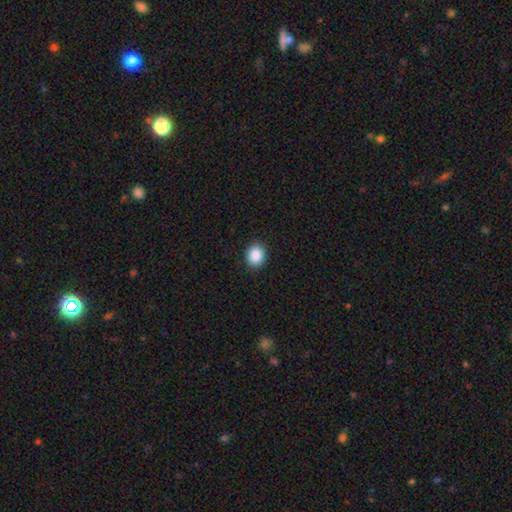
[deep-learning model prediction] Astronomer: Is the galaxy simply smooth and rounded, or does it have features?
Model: smooth — 89%.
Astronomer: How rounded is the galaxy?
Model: round — 70%.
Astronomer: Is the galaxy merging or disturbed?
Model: none — 90%.